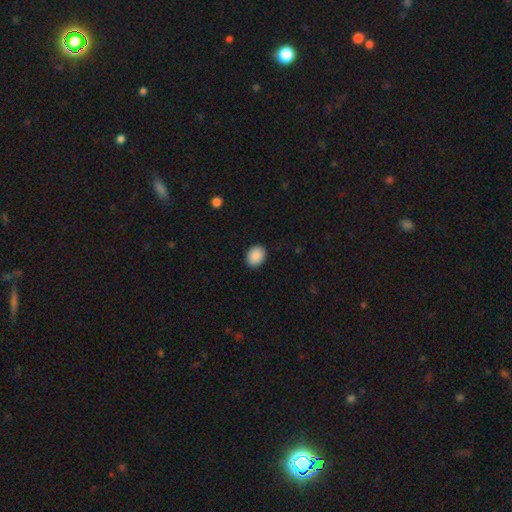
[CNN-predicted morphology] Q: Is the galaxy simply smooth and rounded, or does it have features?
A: smooth — 90%.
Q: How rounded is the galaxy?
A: in between — 54%.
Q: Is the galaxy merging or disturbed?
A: none — 90%.